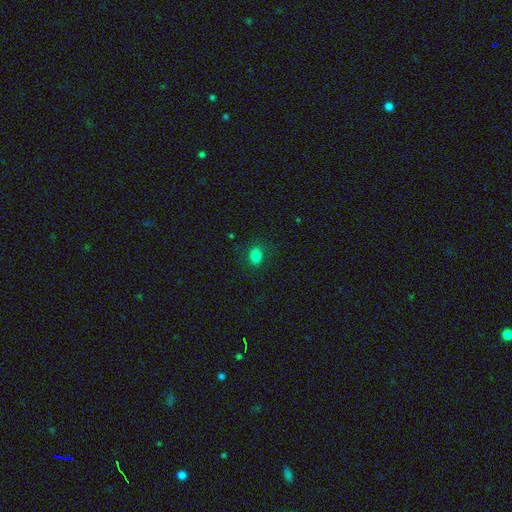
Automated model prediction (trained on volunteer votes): Smooth or featured? smooth (82%)
How rounded? in between (57%)
Merging? none (83%)